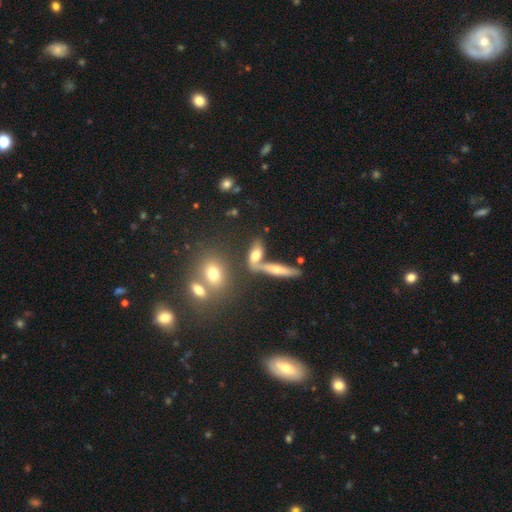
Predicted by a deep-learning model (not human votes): Smooth or featured? Predicted: smooth (p=0.59). How rounded? Predicted: in between (p=0.59). Merging? Predicted: none (p=0.53).